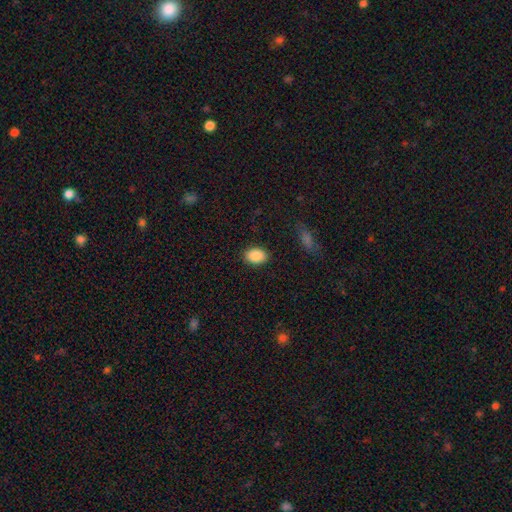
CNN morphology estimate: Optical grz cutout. It shows a smooth galaxy with no disk features (89%) that is in between round and cigar-shaped (81%). Merging: none (88%).